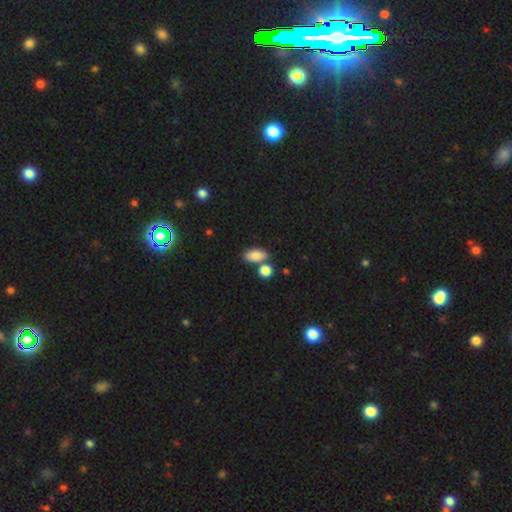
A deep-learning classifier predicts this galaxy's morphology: A smooth galaxy with no disk features (84%) that is in between round and cigar-shaped (88%). Merging: none (61%).